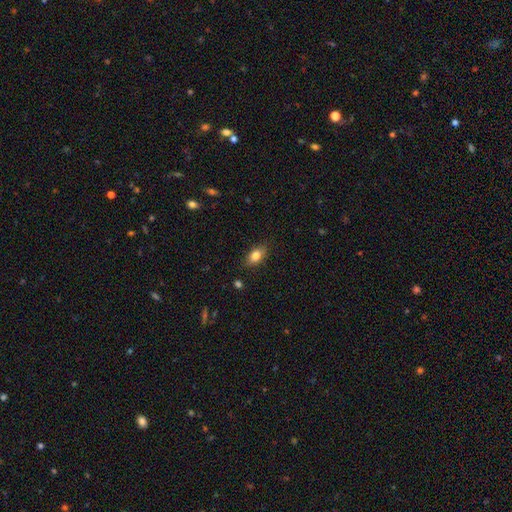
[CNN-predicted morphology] type=smooth (82%); roundness=in between (86%); merging=none (85%).